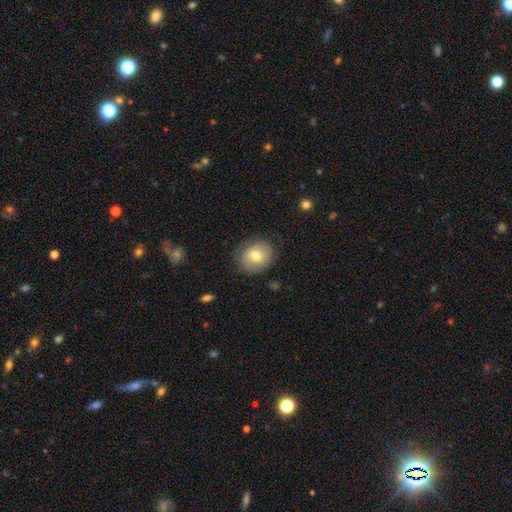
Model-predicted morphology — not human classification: type=smooth (67%); roundness=round (62%); merging=none (75%).